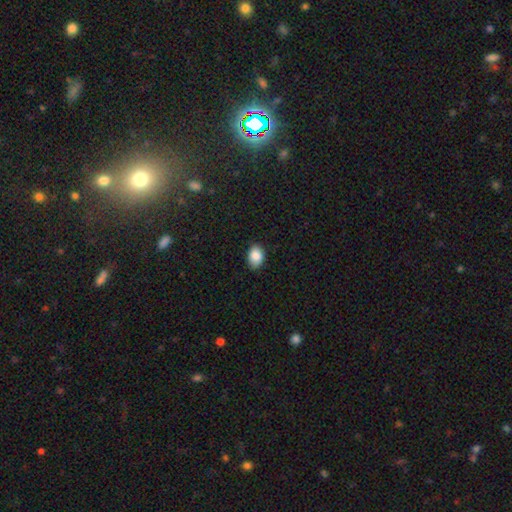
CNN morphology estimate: Q: Smooth or featured?
A: smooth (87%); runner-up: star or artifact (8%)
Q: How rounded?
A: in between (80%); runner-up: round (19%)
Q: Merging?
A: none (80%); runner-up: minor disturbance (17%)